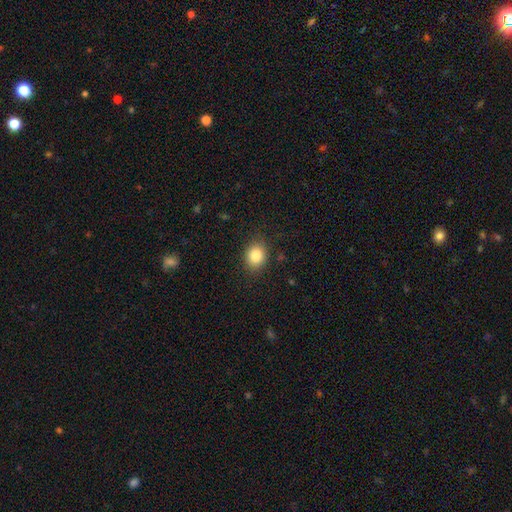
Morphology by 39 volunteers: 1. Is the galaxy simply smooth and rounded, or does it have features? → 87% smooth, 8% featured or disk, 5% star or artifact.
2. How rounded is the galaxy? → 68% in between, 32% round, 0% cigar-shaped.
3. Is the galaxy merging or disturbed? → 76% none, 24% minor disturbance, 0% major disturbance, 0% merger.